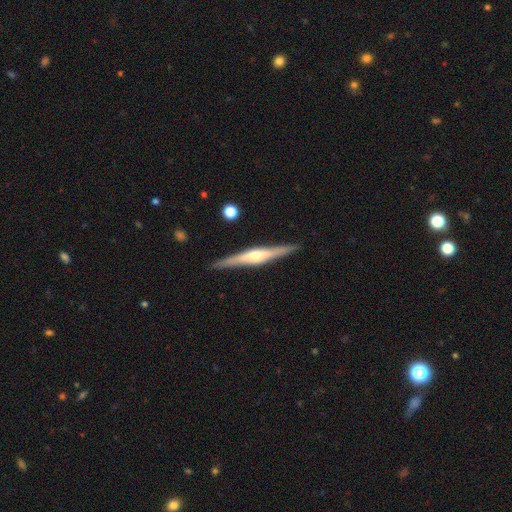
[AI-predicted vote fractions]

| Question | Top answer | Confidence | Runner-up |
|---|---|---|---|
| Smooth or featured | featured or disk | 79% | smooth (16%) |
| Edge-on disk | yes | 98% | no (2%) |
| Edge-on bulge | rounded | 89% | boxy (7%) |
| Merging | none | 91% | minor disturbance (7%) |